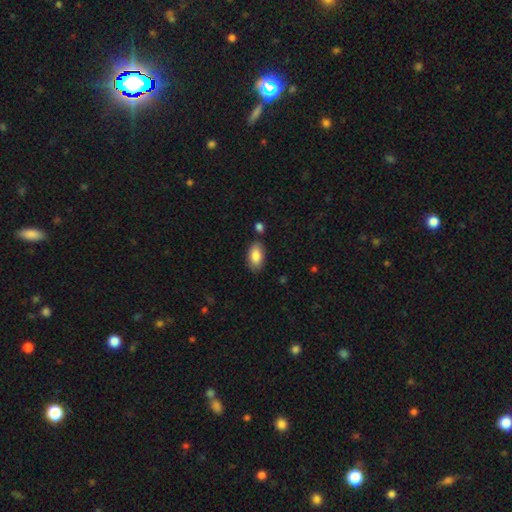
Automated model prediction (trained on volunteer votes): Smooth or featured? Predicted: smooth (p=0.84). How rounded? Predicted: in between (p=0.94). Merging? Predicted: none (p=0.80).